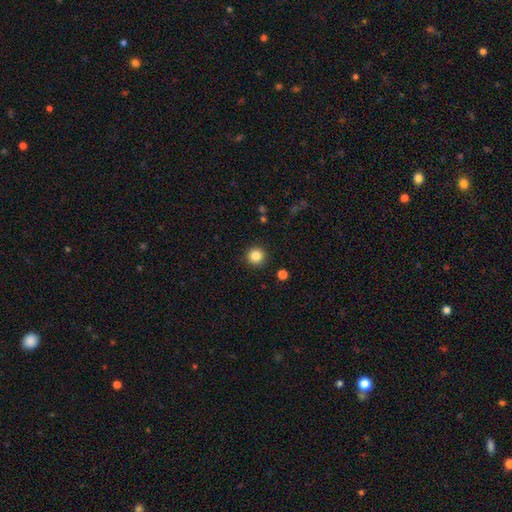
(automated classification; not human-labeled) smooth-or-featured: smooth: 85% | star or artifact: 11% | featured or disk: 4%
  how-rounded: round: 95% | in between: 4% | cigar-shaped: 1%
  merging: none: 92% | minor disturbance: 5% | major disturbance: 2% | merger: 1%